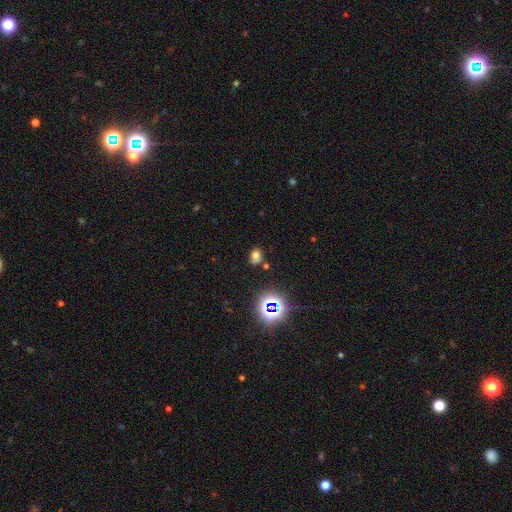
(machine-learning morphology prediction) Q: Smooth or featured?
A: smooth (61%); runner-up: star or artifact (27%)
Q: How rounded?
A: in between (57%); runner-up: round (42%)
Q: Merging?
A: none (62%); runner-up: merger (17%)